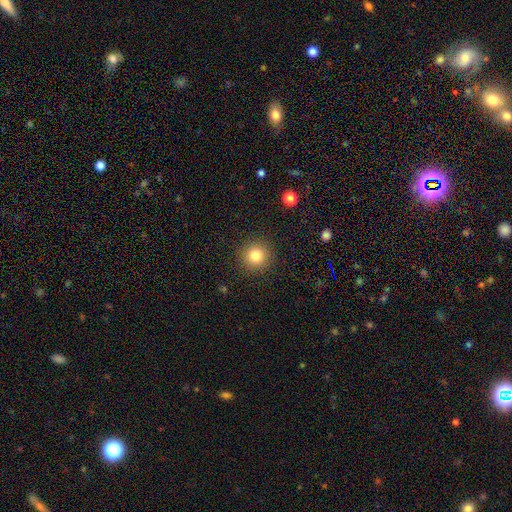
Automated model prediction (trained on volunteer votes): smooth 81%, star or artifact 12%, featured or disk 7%. Down the decision tree: how rounded — round (94%); merging — none (91%).